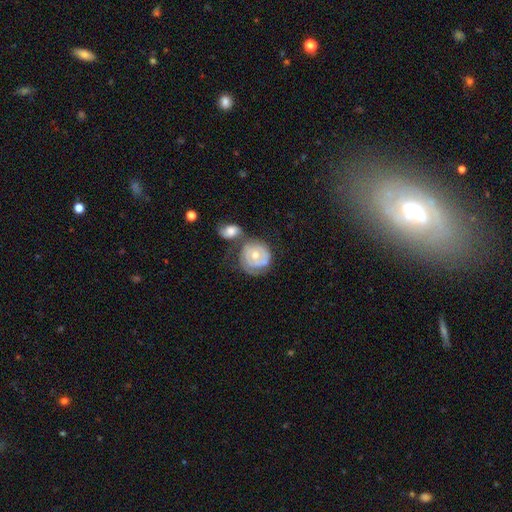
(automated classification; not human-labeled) This appears to be a featured or disk galaxy (70%) with no bar (78%), 2 (39%) tight (69%) spiral arms (76%) and a moderate central bulge (66%). Merging: merger (39%).